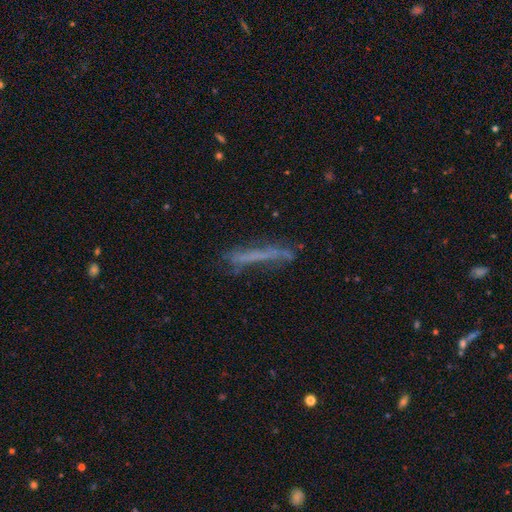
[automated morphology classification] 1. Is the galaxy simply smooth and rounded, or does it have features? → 48% smooth, 42% featured or disk, 10% star or artifact.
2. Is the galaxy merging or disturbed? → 67% none, 21% minor disturbance, 8% major disturbance, 3% merger.